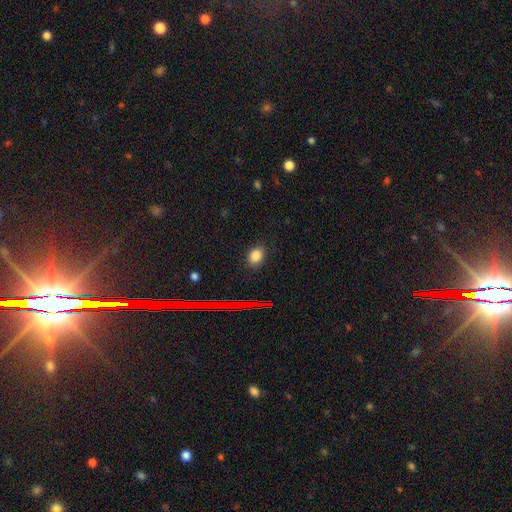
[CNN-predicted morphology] Smooth or featured? smooth (80%)
How rounded? in between (64%)
Merging? none (86%)